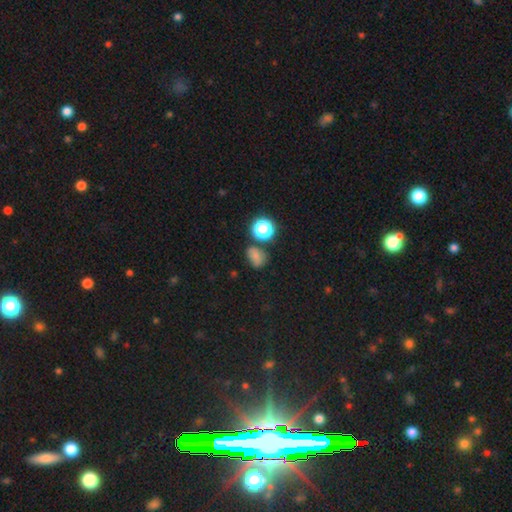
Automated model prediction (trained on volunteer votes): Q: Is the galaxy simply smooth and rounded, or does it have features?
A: smooth — 70%.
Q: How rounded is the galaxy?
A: in between — 55%.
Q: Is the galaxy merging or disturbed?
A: none — 60%.